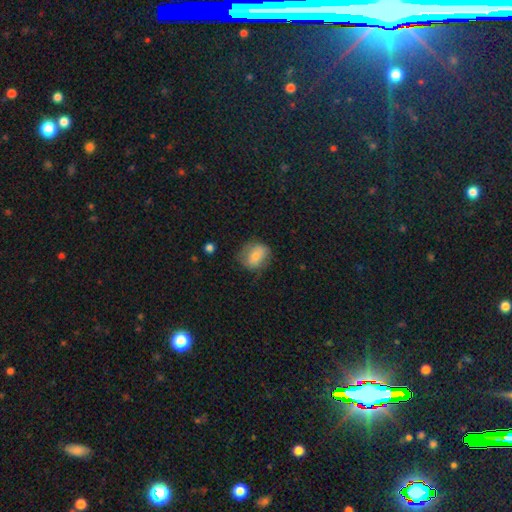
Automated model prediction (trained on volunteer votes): Smooth or featured? smooth (71%)
How rounded? in between (50%)
Merging? none (64%)